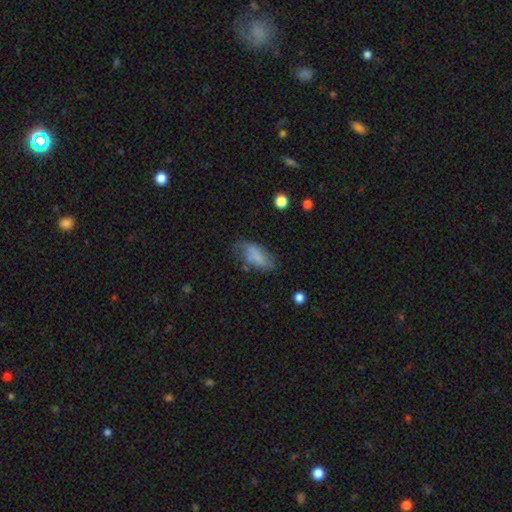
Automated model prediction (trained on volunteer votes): Q: Smooth or featured?
A: smooth (66%); runner-up: featured or disk (24%)
Q: How rounded?
A: in between (84%); runner-up: cigar-shaped (13%)
Q: Merging?
A: none (48%); runner-up: minor disturbance (31%)